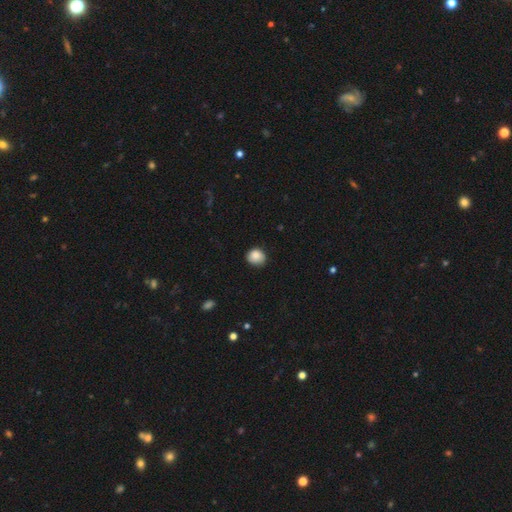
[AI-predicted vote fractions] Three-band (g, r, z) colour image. It shows a smooth galaxy with no disk features (87%) that is round (79%). Merging: none (77%).